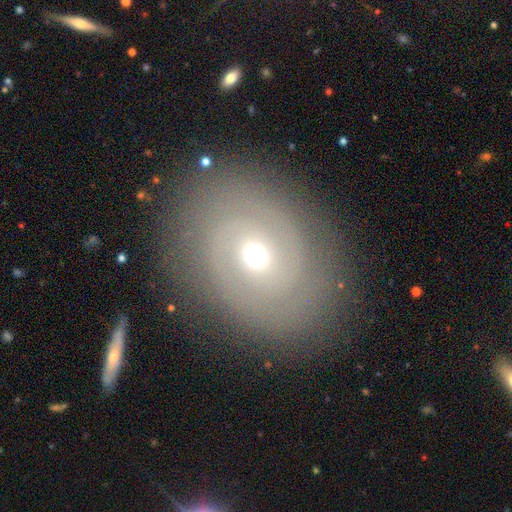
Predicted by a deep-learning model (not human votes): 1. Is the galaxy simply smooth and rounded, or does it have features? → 65% featured or disk, 23% smooth, 11% star or artifact.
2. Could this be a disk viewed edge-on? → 96% no, 4% yes.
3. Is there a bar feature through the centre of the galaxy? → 69% no, 25% weak, 6% strong.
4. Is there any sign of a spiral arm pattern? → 74% yes, 26% no.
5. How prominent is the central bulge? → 47% moderate (tied), 47% small (tied), 3% large, 1% dominant, 1% none.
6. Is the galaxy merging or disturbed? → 80% none, 13% minor disturbance, 6% major disturbance, 2% merger.